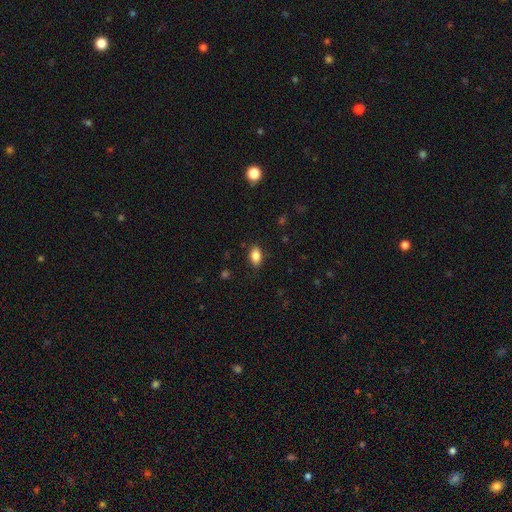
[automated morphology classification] This is clearly a smooth galaxy (85%). How rounded: clearly in between (88%). Merging: clearly none (86%).